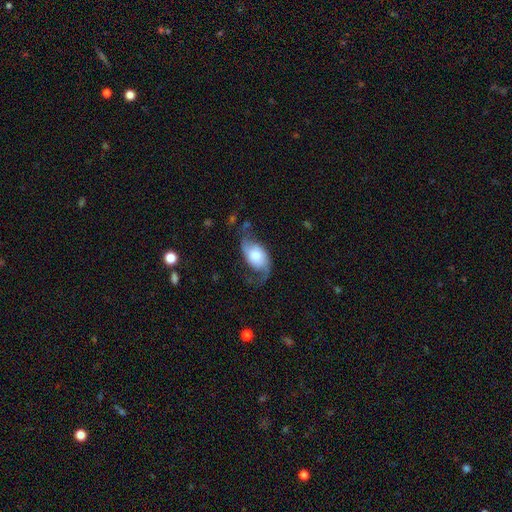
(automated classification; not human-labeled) smooth_or_featured: featured or disk (p=0.63) [alt: smooth p=0.31]
disk_edge_on: no (p=0.95) [alt: yes p=0.05]
bar: no (p=0.67) [alt: weak p=0.27]
has_spiral_arms: yes (p=0.89) [alt: no p=0.11]
spiral_winding: loose (p=0.69) [alt: medium p=0.24]
spiral_arm_count: 2 (p=0.82) [alt: 1 p=0.11]
bulge_size: moderate (p=0.37) [alt: large p=0.36]
merging: none (p=0.48) [alt: minor disturbance p=0.26]